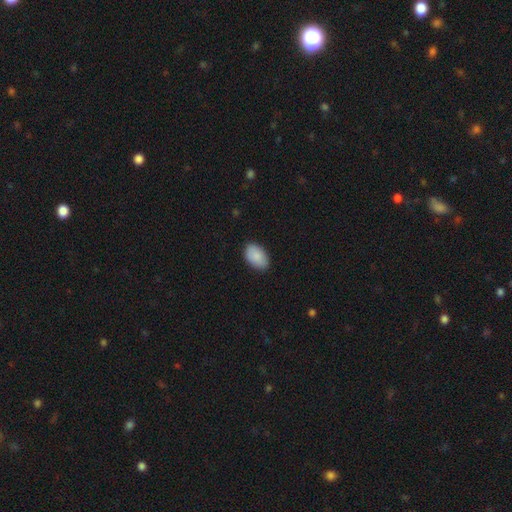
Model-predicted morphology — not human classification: type=smooth (89%); roundness=in between (92%); merging=none (86%).